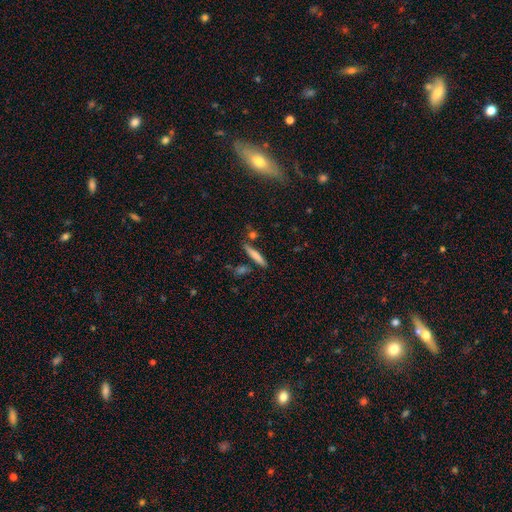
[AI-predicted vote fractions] Smooth or featured? Predicted: smooth (p=0.73). How rounded? Predicted: cigar-shaped (p=0.91). Merging? Predicted: none (p=0.80).